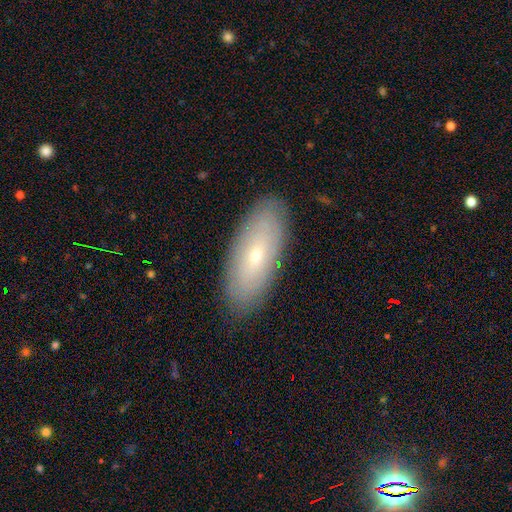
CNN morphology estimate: This appears to be a smooth galaxy with no disk features (54%) that is in between round and cigar-shaped (81%). Merging: none (88%).